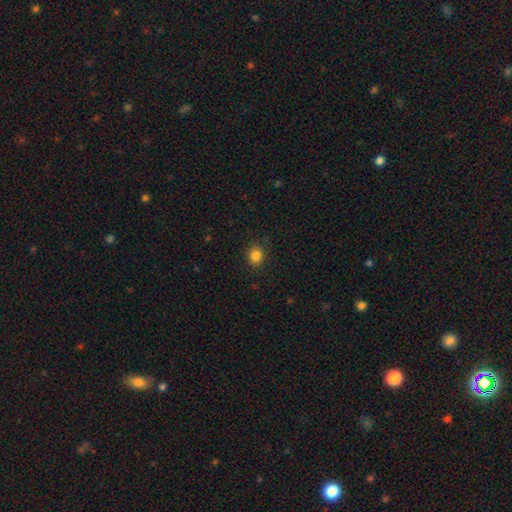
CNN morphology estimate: Overall: smooth (85%). How rounded: round (69%; in between 30%). Merging: none (88%).